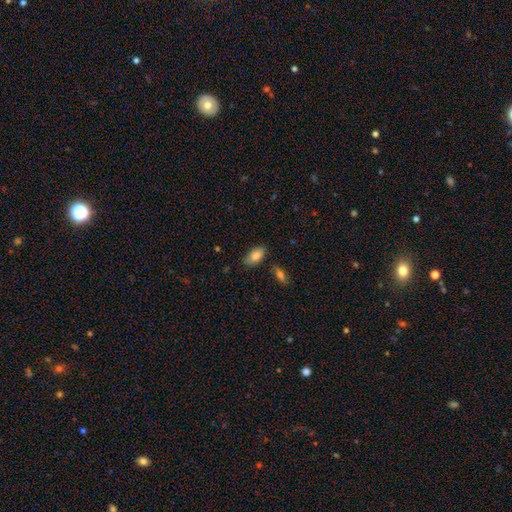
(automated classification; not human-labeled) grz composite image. It shows a smooth galaxy with no disk features (82%) that is in between round and cigar-shaped (93%). Merging: none (78%).